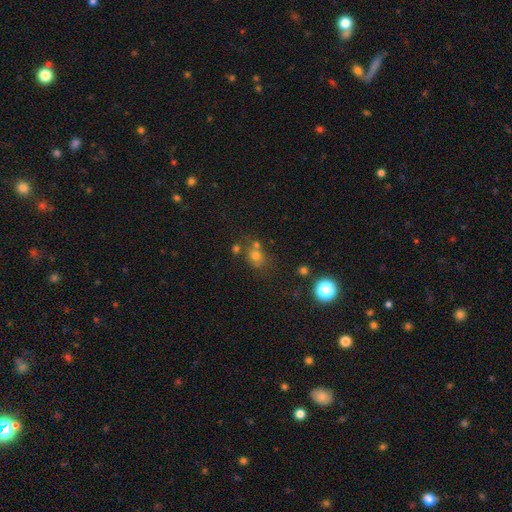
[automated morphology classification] smooth-or-featured: smooth: 67% | star or artifact: 22% | featured or disk: 11%
  how-rounded: round: 71% | in between: 27% | cigar-shaped: 1%
  merging: none: 54% | merger: 28% | minor disturbance: 13% | major disturbance: 6%